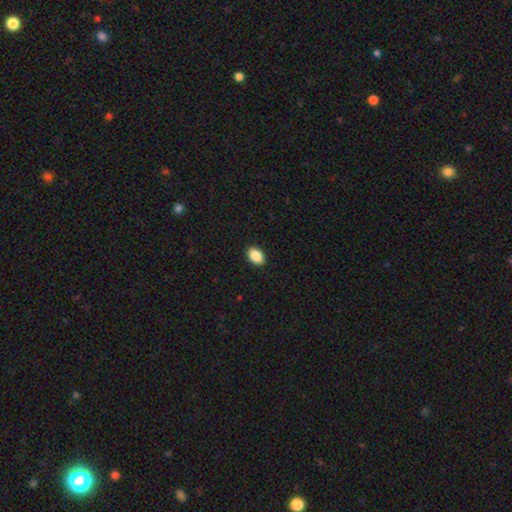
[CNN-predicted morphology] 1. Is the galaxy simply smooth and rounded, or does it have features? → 88% smooth, 8% star or artifact, 4% featured or disk.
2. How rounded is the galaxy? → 88% in between, 11% round, 1% cigar-shaped.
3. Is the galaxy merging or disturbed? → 91% none, 6% minor disturbance, 2% major disturbance, 1% merger.